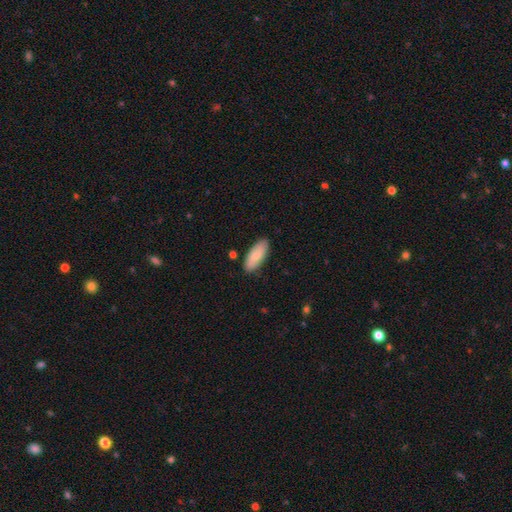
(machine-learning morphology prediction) Smooth or featured?
  - smooth: 84% *
  - featured or disk: 11%
  - star or artifact: 6%
How rounded?
  - in between: 80% *
  - cigar-shaped: 19%
  - round: 2%
Merging?
  - none: 86% *
  - minor disturbance: 10%
  - major disturbance: 2%
  - merger: 2%